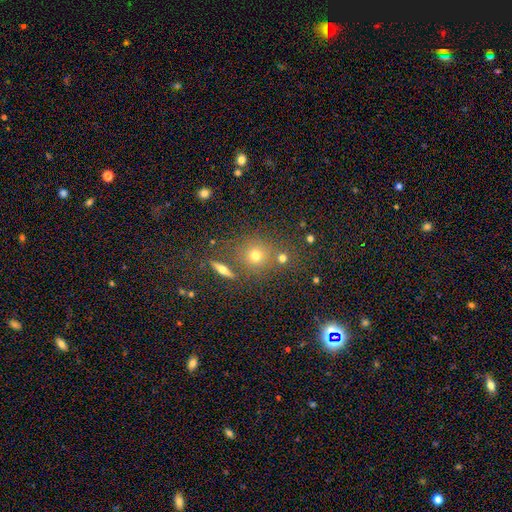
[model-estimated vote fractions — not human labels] smooth-or-featured: smooth: 65% | star or artifact: 20% | featured or disk: 15%
  how-rounded: round: 84% | in between: 13% | cigar-shaped: 2%
  merging: none: 73% | merger: 13% | minor disturbance: 10% | major disturbance: 4%